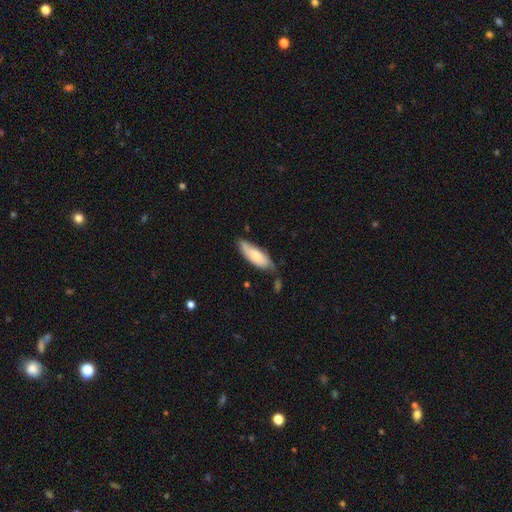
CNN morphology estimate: A smooth galaxy with no disk features (68%) that is in between round and cigar-shaped (70%).

Vote fractions:
- Smooth or featured? smooth: 68% / featured or disk: 26% / star or artifact: 6%
- How rounded? in between: 70% / cigar-shaped: 28% / round: 2%
- Merging? none: 51% / minor disturbance: 35% / major disturbance: 8% / merger: 6%